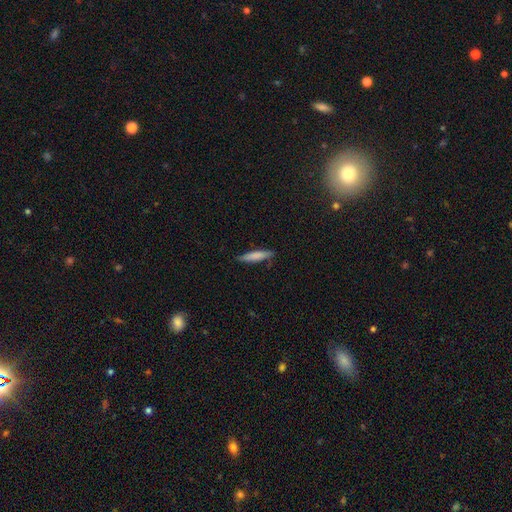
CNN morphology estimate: Smooth or featured? smooth (76%)
How rounded? cigar-shaped (86%)
Merging? none (82%)